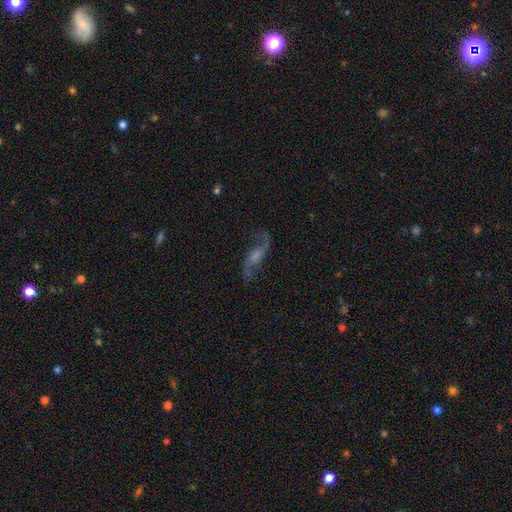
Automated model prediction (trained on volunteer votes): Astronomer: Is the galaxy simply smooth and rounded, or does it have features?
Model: featured or disk — 83%.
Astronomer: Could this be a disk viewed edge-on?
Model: no — 90%.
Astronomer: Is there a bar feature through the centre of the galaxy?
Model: no — 48% (runner-up: weak, 39%).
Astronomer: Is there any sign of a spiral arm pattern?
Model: yes — 95%.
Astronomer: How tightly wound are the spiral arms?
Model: loose — 82%.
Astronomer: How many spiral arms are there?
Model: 2 — 93%.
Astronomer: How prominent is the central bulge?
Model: moderate — 35% (runner-up: small, 33%).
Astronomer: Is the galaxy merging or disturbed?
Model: none — 77%.